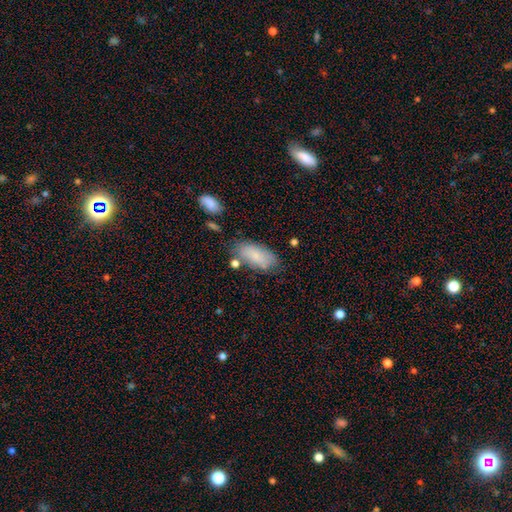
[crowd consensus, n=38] This is clearly a smooth galaxy (84%). How rounded: clearly in between (94%). Merging: likely none (76%).